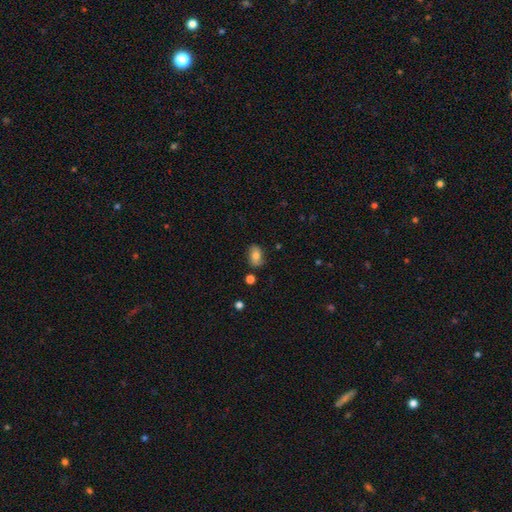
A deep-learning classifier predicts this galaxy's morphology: The model was most divided on "smooth or featured": smooth: 71%, featured or disk: 20%, star or artifact: 10%. More confident: how rounded — in between (84%); merging — none (76%).